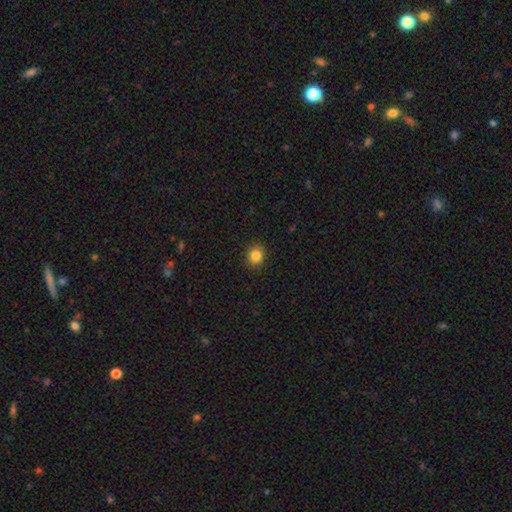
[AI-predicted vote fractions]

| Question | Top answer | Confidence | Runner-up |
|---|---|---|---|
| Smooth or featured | smooth | 85% | star or artifact (11%) |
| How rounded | round | 79% | in between (20%) |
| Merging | none | 91% | minor disturbance (6%) |